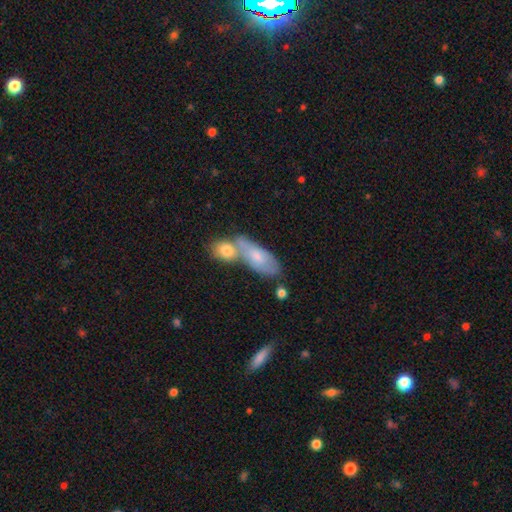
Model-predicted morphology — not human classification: Overall: smooth (60%; featured or disk 33%). How rounded: in between (72%). Merging: merger (54%; none 31%).